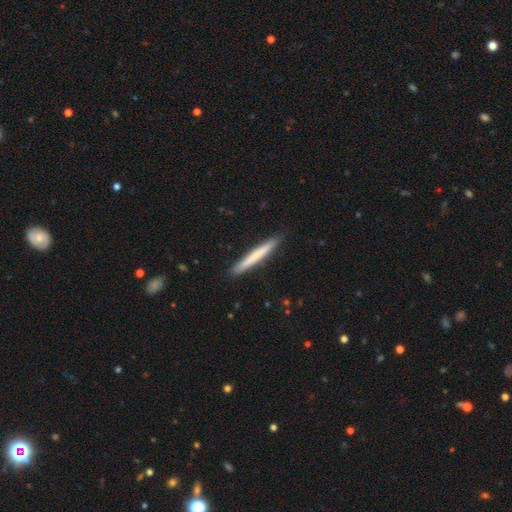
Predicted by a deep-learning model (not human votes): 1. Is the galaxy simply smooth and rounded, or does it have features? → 64% smooth, 31% featured or disk, 5% star or artifact.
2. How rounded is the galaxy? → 97% cigar-shaped, 2% in between, 1% round.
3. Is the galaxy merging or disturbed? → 91% none, 6% minor disturbance, 1% major disturbance, 1% merger.